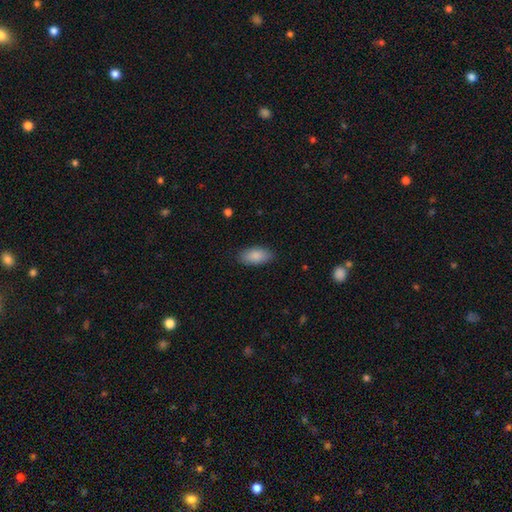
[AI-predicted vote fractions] Smooth or featured: smooth — 87% (featured or disk — 6%)
How rounded: in between — 92% (cigar-shaped — 5%)
Merging: none — 86% (minor disturbance — 11%)